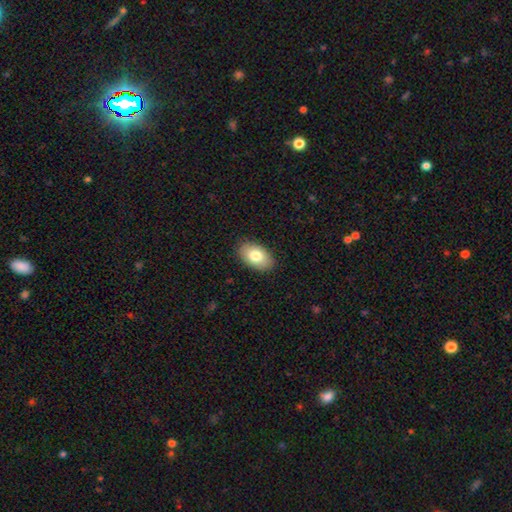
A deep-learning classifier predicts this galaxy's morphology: The model was most divided on "smooth or featured": smooth: 79%, featured or disk: 14%, star or artifact: 7%. More confident: how rounded — in between (92%); merging — none (88%).